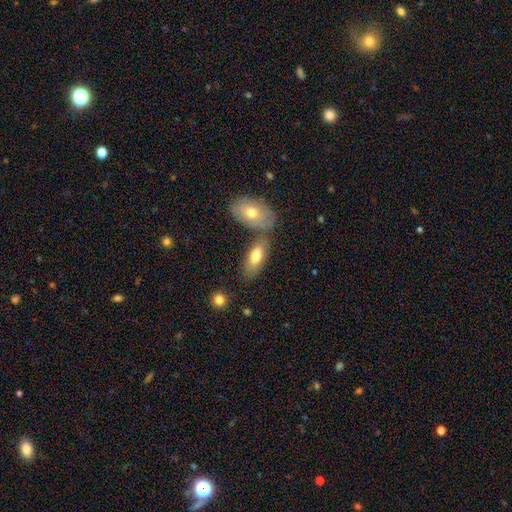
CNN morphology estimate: type=smooth (71%); roundness=in between (84%); merging=none (60%).